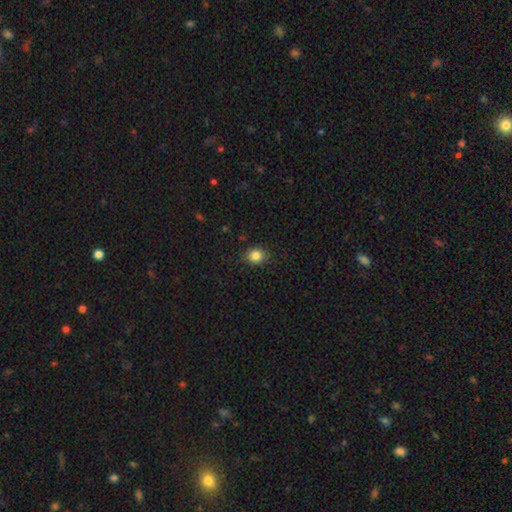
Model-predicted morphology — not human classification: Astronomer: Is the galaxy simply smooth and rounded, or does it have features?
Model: smooth — 85%.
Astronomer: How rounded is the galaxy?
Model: round — 73%.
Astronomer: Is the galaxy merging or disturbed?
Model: none — 85%.